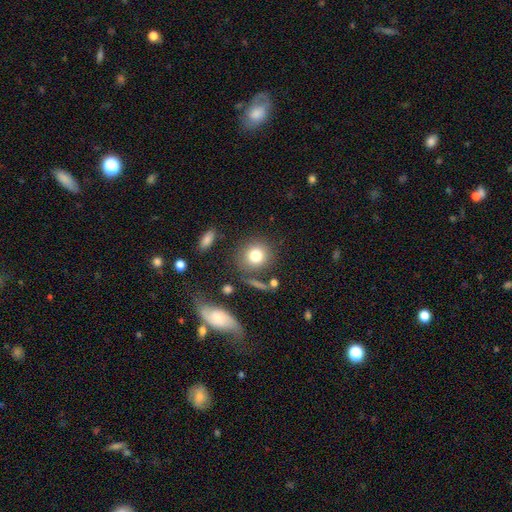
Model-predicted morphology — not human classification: Overall: smooth (79%). How rounded: round (84%). Merging: none (75%).